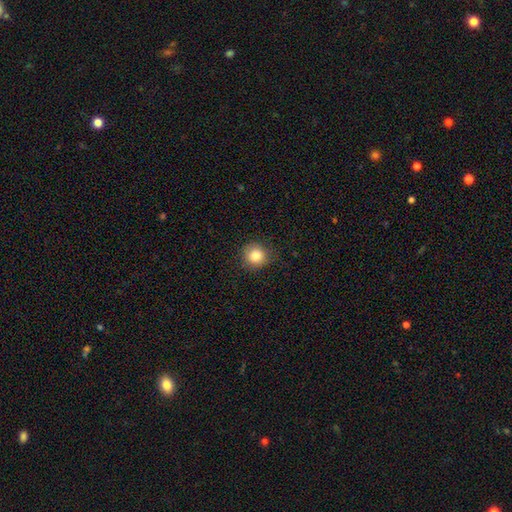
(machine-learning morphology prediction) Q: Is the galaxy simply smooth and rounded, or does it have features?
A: smooth — 83%.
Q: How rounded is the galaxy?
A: round — 91%.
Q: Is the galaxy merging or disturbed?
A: none — 86%.